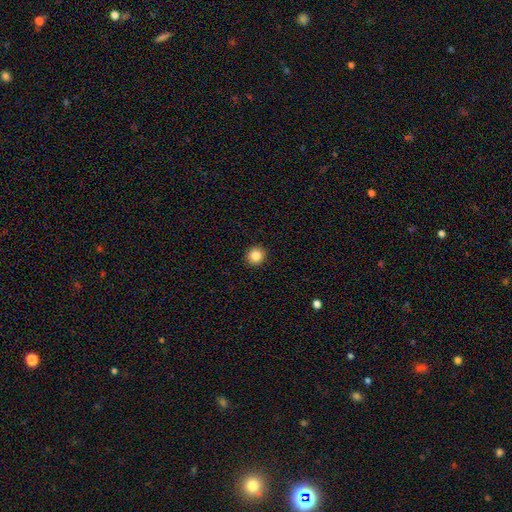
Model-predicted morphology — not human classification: smooth-or-featured: smooth: 84% | star or artifact: 10% | featured or disk: 5%
  how-rounded: round: 93% | in between: 6% | cigar-shaped: 1%
  merging: none: 93% | minor disturbance: 4% | major disturbance: 1% | merger: 1%